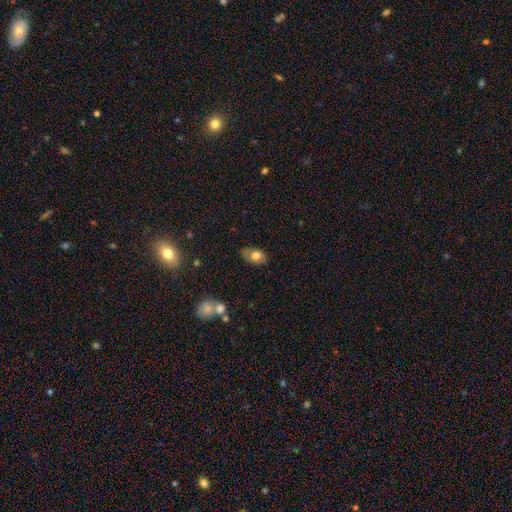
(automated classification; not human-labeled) Morphology: type=smooth (70%); roundness=in between (88%); merging=none (75%).